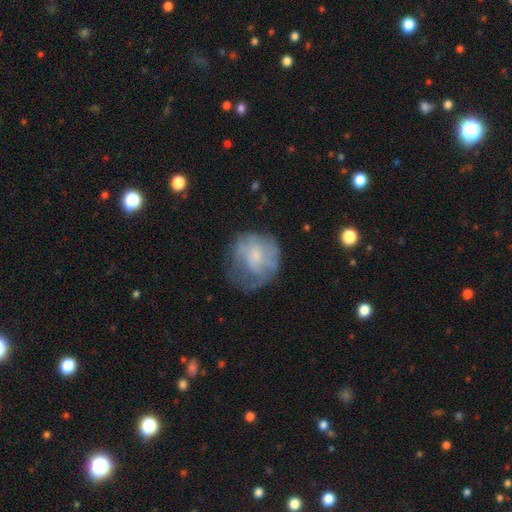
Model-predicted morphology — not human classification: A smooth galaxy with no disk features (48%).

Vote fractions:
- Smooth or featured? smooth: 48% / featured or disk: 42% / star or artifact: 10%
- Merging? none: 44% / minor disturbance: 27% / major disturbance: 27% / merger: 2%